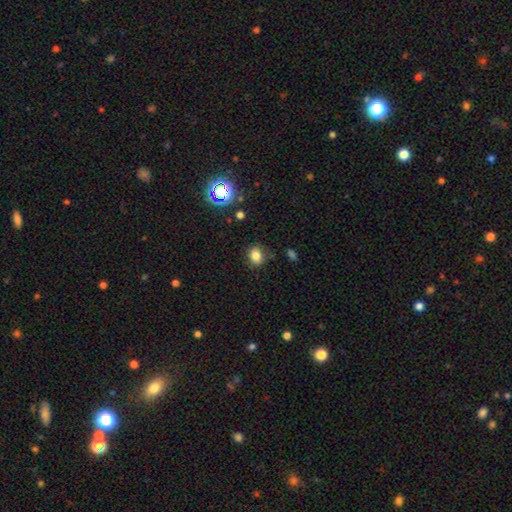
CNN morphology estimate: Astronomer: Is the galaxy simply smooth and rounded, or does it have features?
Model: smooth — 78%.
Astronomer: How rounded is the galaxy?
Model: round — 52% (runner-up: in between, 46%).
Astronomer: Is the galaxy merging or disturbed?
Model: none — 79%.